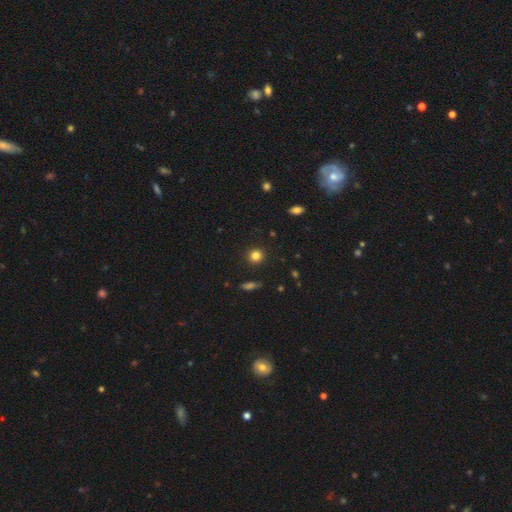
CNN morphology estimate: This is clearly a smooth galaxy (82%). How rounded: clearly round (91%). Merging: clearly none (91%).